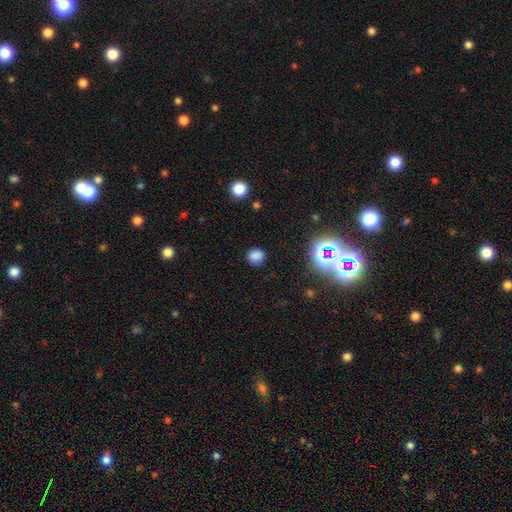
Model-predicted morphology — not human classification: This appears to be a smooth galaxy with no disk features (77%) that is round (77%). Merging: none (84%).